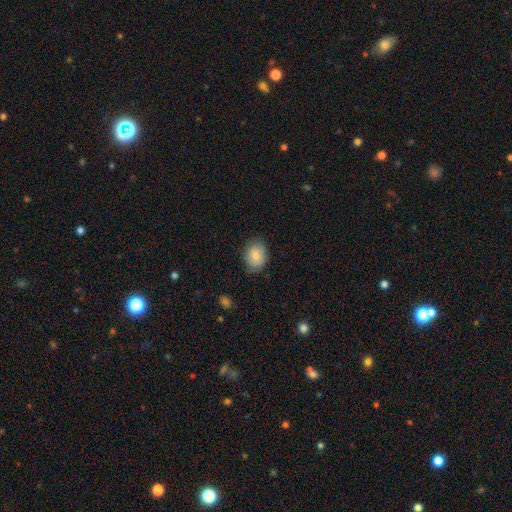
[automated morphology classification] The model was most divided on "how rounded": in between: 59%, round: 40%, cigar-shaped: 1%. More confident: smooth or featured — smooth (81%); merging — none (78%).